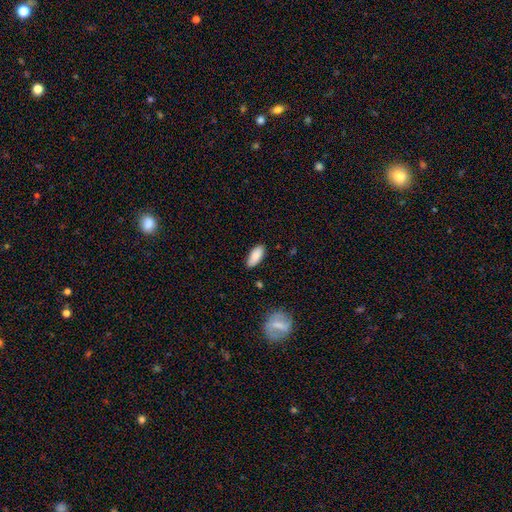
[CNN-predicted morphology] smooth_or_featured: smooth (p=0.88) [alt: star or artifact p=0.06]
how_rounded: in between (p=0.86) [alt: cigar-shaped p=0.12]
merging: none (p=0.83) [alt: minor disturbance p=0.13]